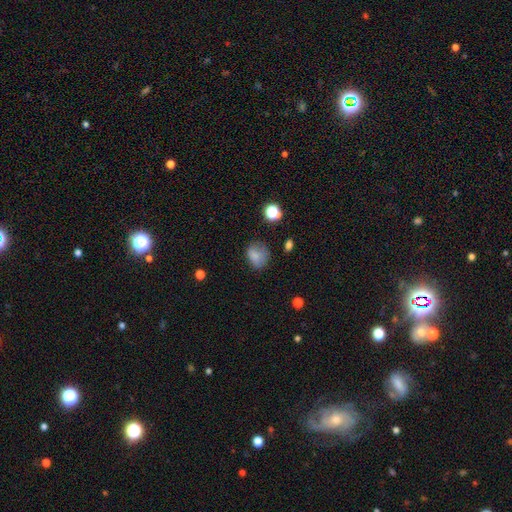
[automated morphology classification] Smooth or featured? Predicted: smooth (p=0.77). How rounded? Predicted: round (p=0.58). Merging? Predicted: none (p=0.56).